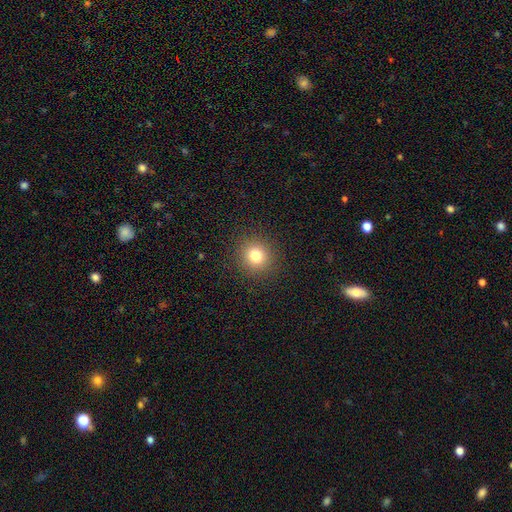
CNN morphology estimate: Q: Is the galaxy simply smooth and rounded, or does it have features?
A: smooth — 79%.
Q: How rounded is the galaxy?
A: round — 91%.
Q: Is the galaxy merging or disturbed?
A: none — 91%.